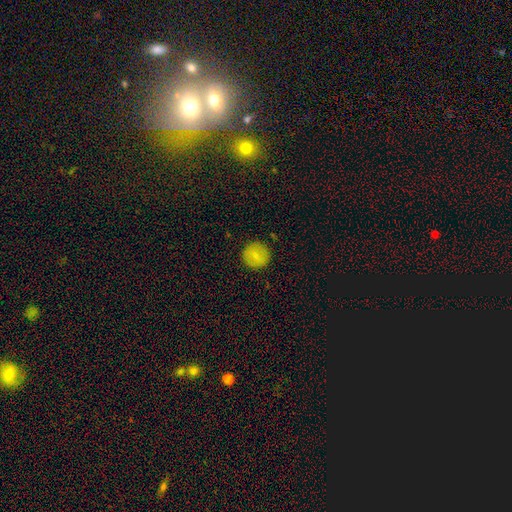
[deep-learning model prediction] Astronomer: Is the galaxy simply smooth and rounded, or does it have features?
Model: smooth — 78%.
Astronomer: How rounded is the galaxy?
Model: round — 93%.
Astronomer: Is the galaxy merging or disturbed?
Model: none — 89%.